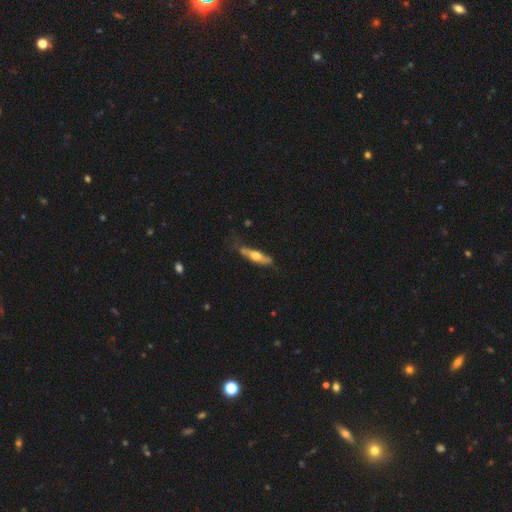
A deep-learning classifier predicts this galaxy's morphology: This is possibly a featured or disk galaxy (53%). It is likely viewed edge-on (79%). Merging: likely none (60%).